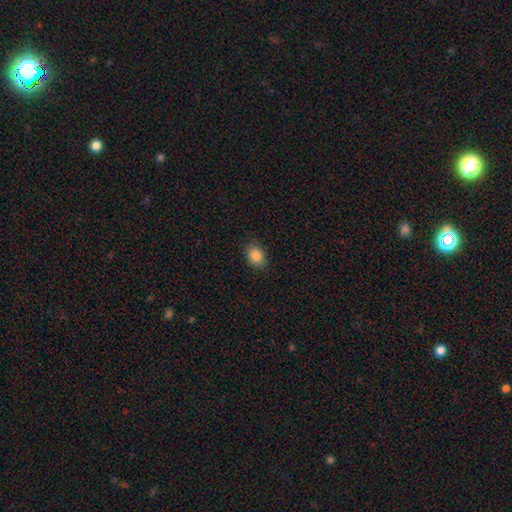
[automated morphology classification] smooth-or-featured: smooth: 86% | star or artifact: 9% | featured or disk: 5%
  how-rounded: in between: 62% | round: 37% | cigar-shaped: 1%
  merging: none: 86% | minor disturbance: 11% | major disturbance: 3% | merger: 1%